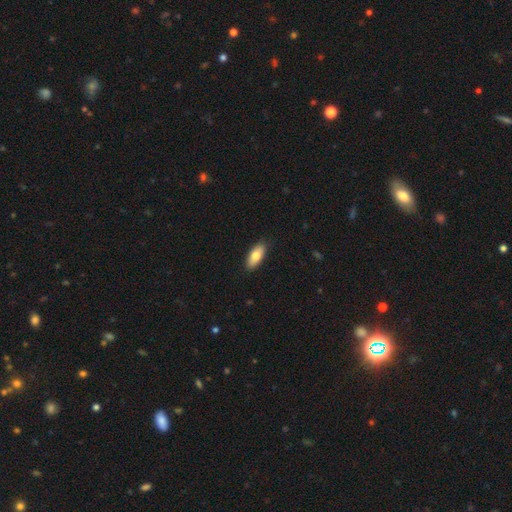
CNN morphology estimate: This appears to be a smooth galaxy with no disk features (79%) that is in between round and cigar-shaped (81%). Merging: none (88%).